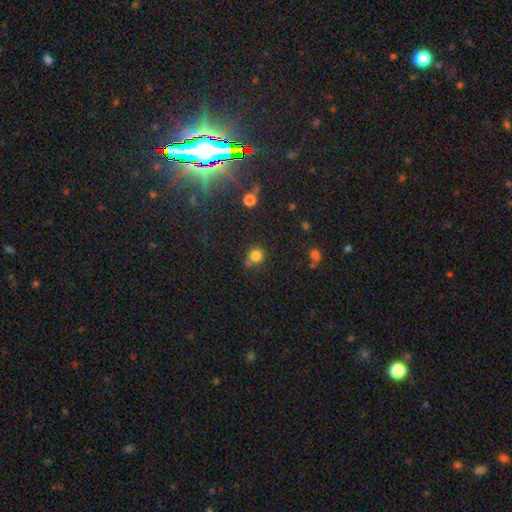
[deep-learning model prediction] A smooth galaxy with no disk features (80%) that is round (87%). Merging: none (62%).